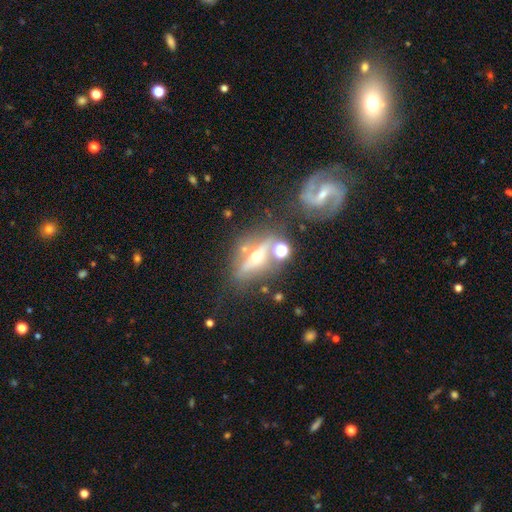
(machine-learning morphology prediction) type=featured or disk (71%); edge-on=yes (62%); merging=none (61%).